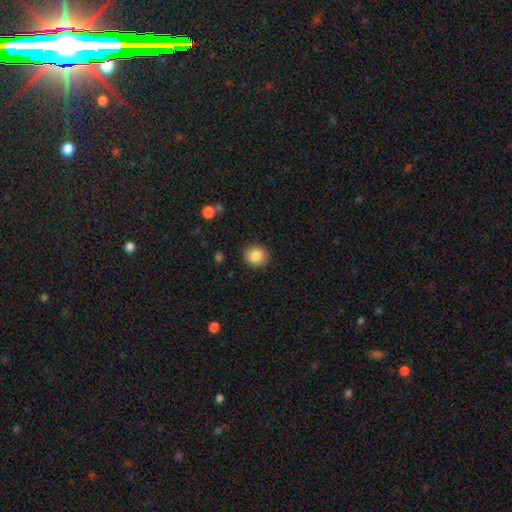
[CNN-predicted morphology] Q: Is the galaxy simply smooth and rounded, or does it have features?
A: smooth — 86%.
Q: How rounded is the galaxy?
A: round — 87%.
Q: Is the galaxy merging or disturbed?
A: none — 90%.